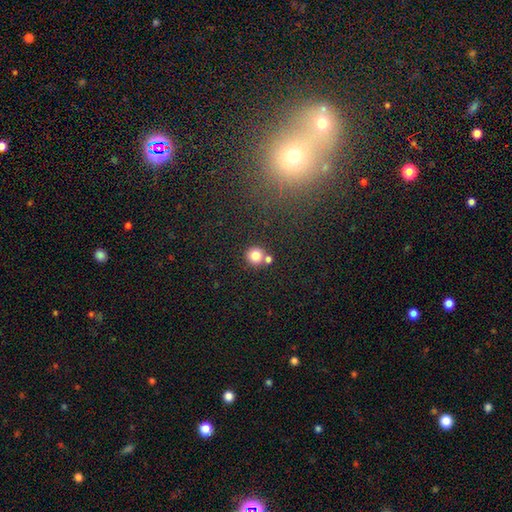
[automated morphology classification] Overall: smooth (81%). How rounded: round (92%). Merging: none (67%).